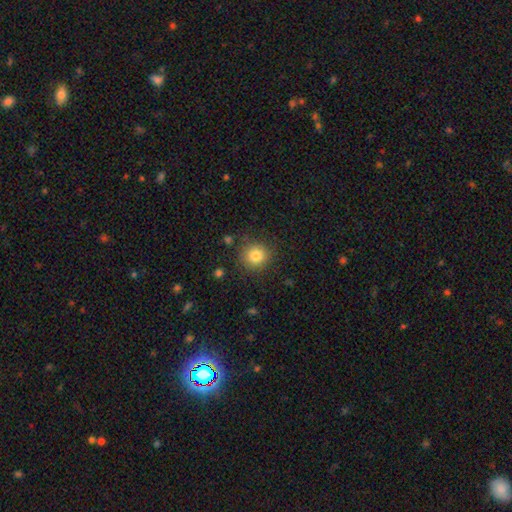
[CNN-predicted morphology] The model was most divided on "smooth or featured": smooth: 82%, star or artifact: 11%, featured or disk: 7%. More confident: how rounded — round (91%); merging — none (86%).